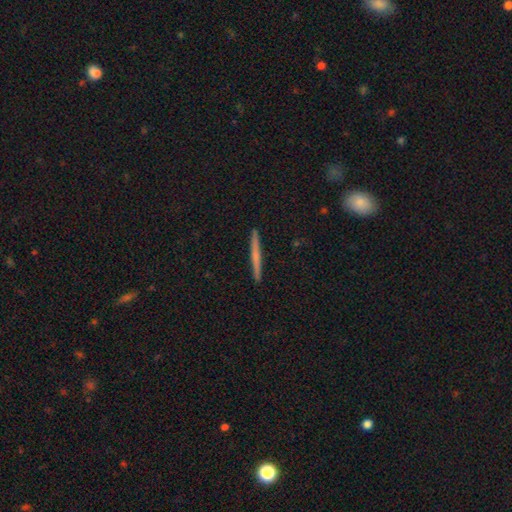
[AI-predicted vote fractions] smooth 50%, featured or disk 44%, star or artifact 6%. Down the decision tree: how rounded — cigar-shaped (96%); merging — none (93%).